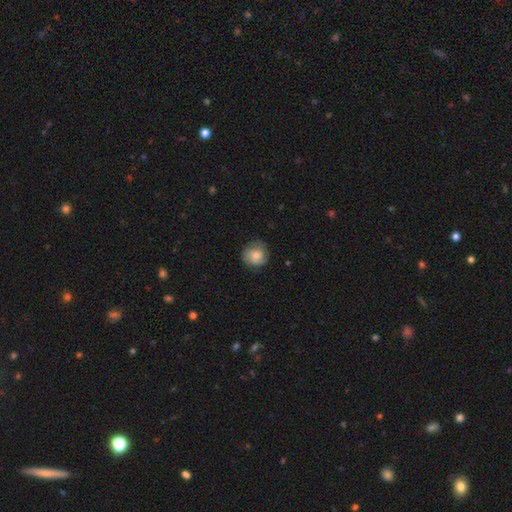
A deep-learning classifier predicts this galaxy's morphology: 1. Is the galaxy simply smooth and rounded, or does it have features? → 63% smooth, 30% featured or disk, 8% star or artifact.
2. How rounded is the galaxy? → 86% round, 13% in between, 1% cigar-shaped.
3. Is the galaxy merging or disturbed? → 76% none, 18% minor disturbance, 5% major disturbance, 1% merger.